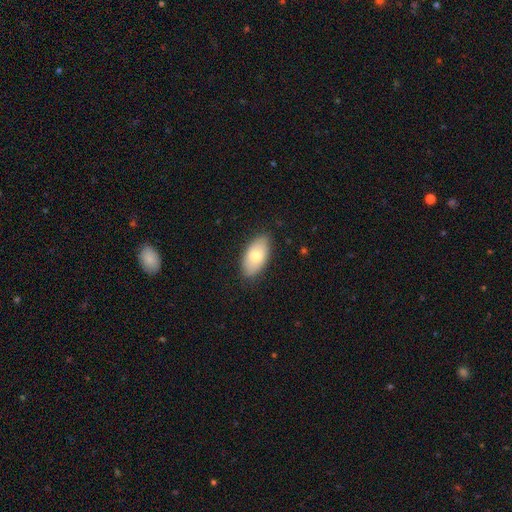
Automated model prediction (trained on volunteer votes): A smooth galaxy with no disk features (75%) that is in between round and cigar-shaped (94%).

Vote fractions:
- Smooth or featured? smooth: 75% / featured or disk: 19% / star or artifact: 6%
- How rounded? in between: 94% / round: 3% / cigar-shaped: 3%
- Merging? none: 84% / minor disturbance: 12% / major disturbance: 2% / merger: 1%